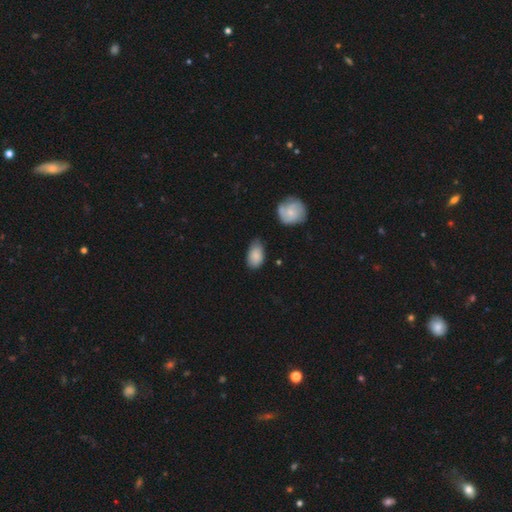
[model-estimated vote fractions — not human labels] This appears to be a smooth galaxy with no disk features (85%) that is in between round and cigar-shaped (92%). Merging: none (59%).